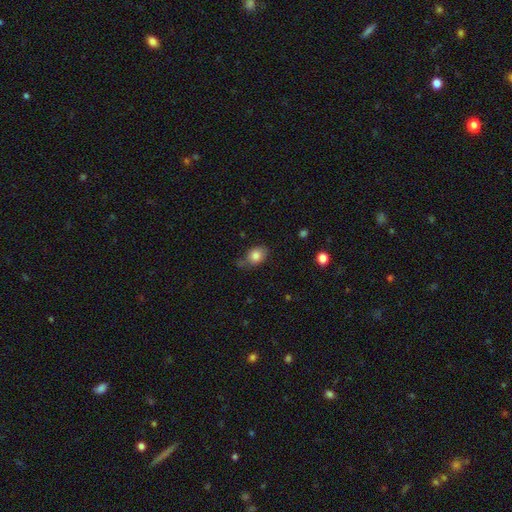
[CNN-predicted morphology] type=smooth (83%); roundness=in between (65%); merging=none (66%).